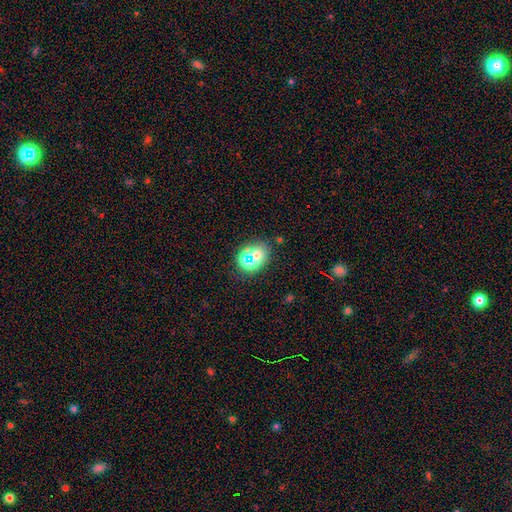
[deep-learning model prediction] A smooth galaxy with no disk features (58%) that is round (50%). Merging: none (77%).